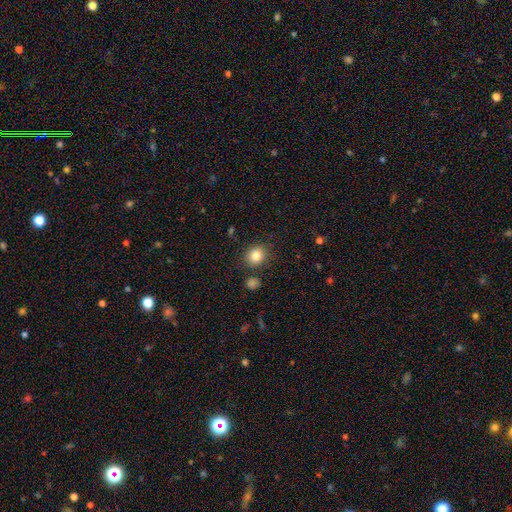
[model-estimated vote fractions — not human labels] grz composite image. It shows a smooth galaxy with no disk features (83%) that is round (80%). Merging: none (85%).